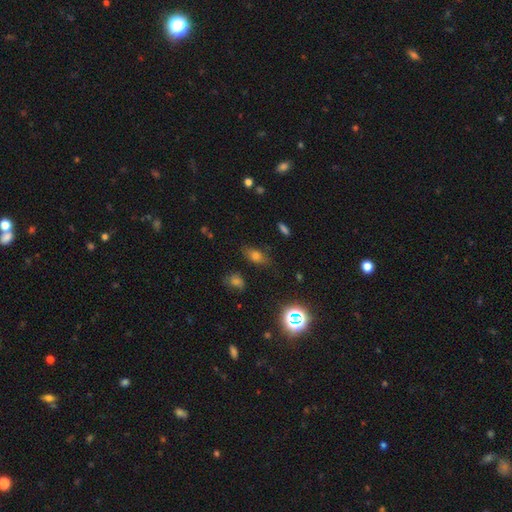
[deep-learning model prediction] smooth_or_featured: smooth (p=0.66) [alt: star or artifact p=0.21]
how_rounded: in between (p=0.81) [alt: round p=0.10]
merging: none (p=0.76) [alt: minor disturbance p=0.16]